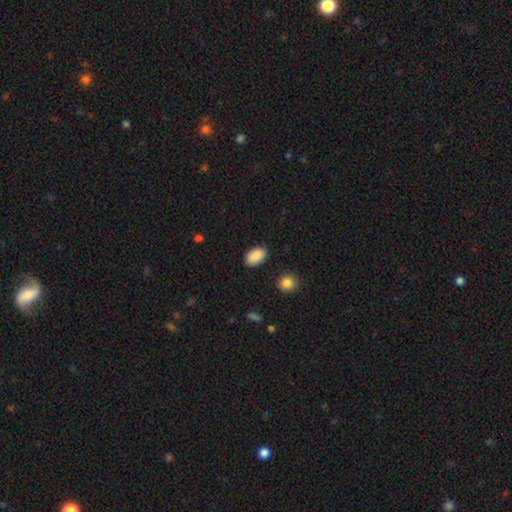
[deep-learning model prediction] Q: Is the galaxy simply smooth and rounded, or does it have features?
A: smooth — 90%.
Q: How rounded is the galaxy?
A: in between — 92%.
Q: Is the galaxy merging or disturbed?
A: none — 87%.